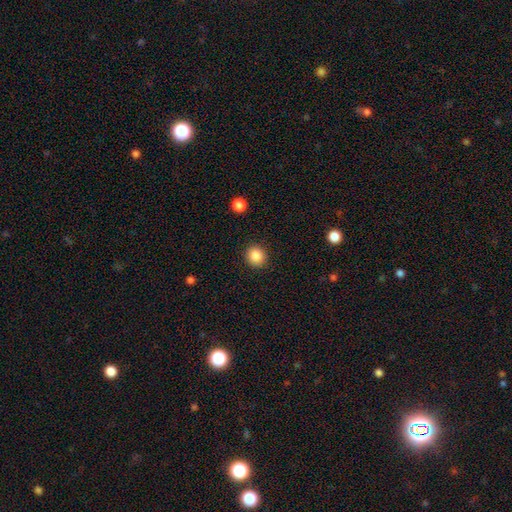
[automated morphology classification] This appears to be a smooth galaxy with no disk features (87%) that is round (86%). Merging: none (90%).